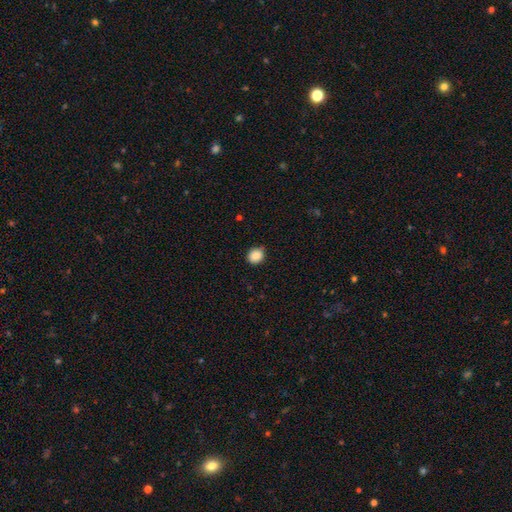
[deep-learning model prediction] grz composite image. It shows a smooth galaxy with no disk features (88%) that is round (70%). Merging: none (84%).